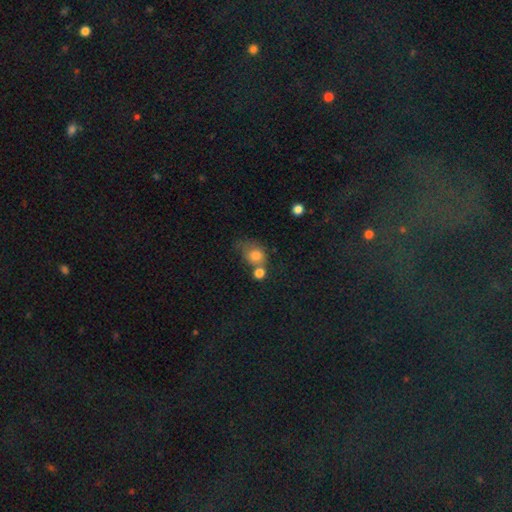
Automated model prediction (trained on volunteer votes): smooth-or-featured: smooth: 77% | featured or disk: 12% | star or artifact: 11%
  how-rounded: round: 62% | in between: 36% | cigar-shaped: 1%
  merging: none: 33% (tied) | merger: 33% (tied) | minor disturbance: 20% | major disturbance: 14%